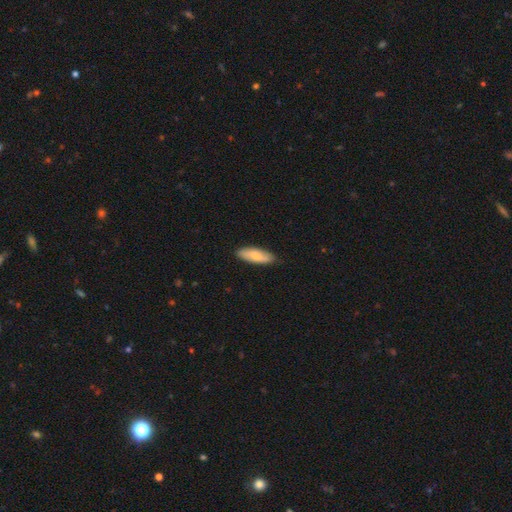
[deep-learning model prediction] Smooth or featured? Predicted: smooth (p=0.76). How rounded? Predicted: in between (p=0.65). Merging? Predicted: none (p=0.85).